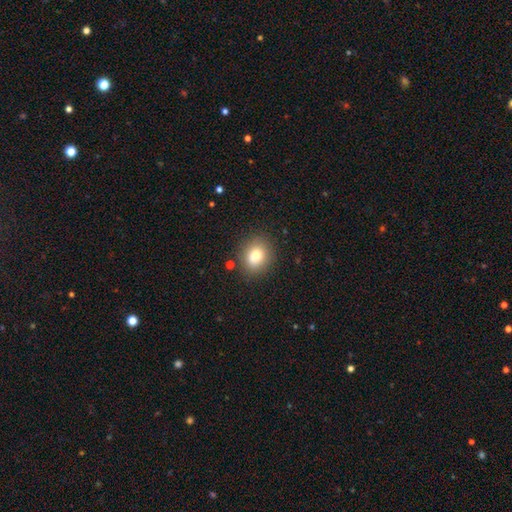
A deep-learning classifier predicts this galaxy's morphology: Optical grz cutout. It shows a smooth galaxy with no disk features (79%) that is round (64%). Merging: none (85%).